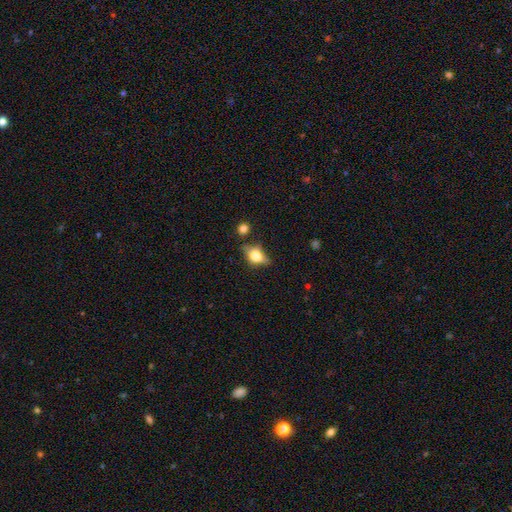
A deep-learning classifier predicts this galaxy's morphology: Smooth or featured? smooth (60%)
How rounded? in between (67%)
Merging? none (55%)